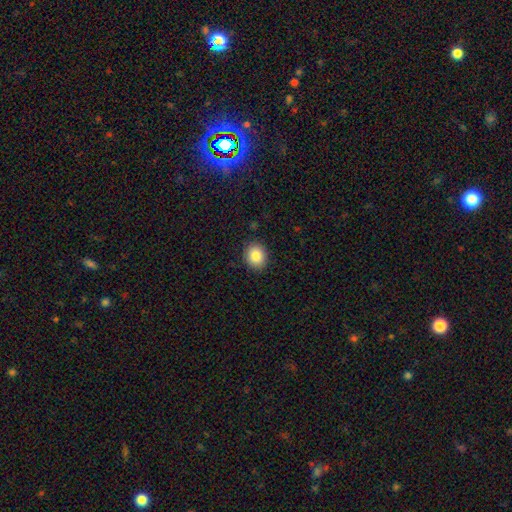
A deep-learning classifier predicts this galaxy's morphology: smooth 85%, star or artifact 9%, featured or disk 6%. Down the decision tree: how rounded — round (70%); merging — none (89%).